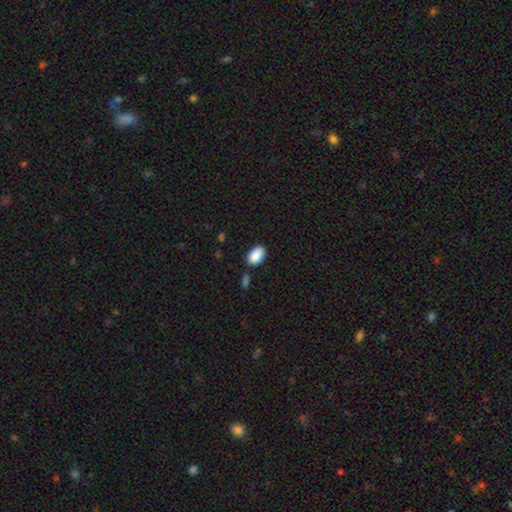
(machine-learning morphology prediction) Smooth or featured: smooth — 90% (star or artifact — 7%)
How rounded: in between — 92% (round — 7%)
Merging: none — 80% (minor disturbance — 13%)